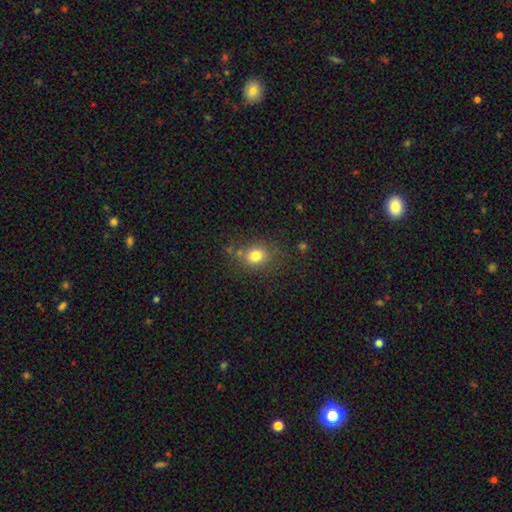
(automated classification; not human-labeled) Smooth or featured? Predicted: smooth (p=0.78). How rounded? Predicted: round (p=0.60). Merging? Predicted: none (p=0.75).